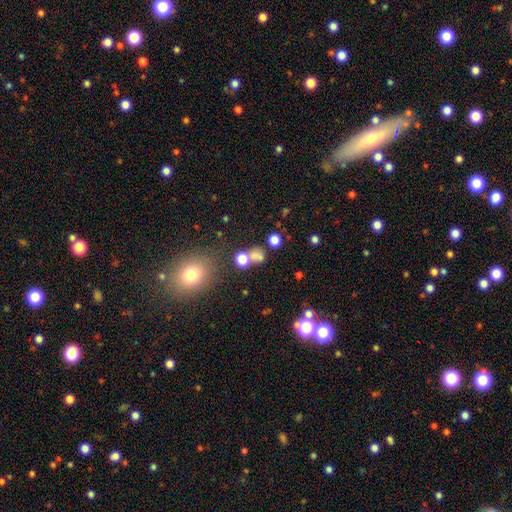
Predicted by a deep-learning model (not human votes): A smooth galaxy with no disk features (71%) that is round (71%). Merging: none (48%).